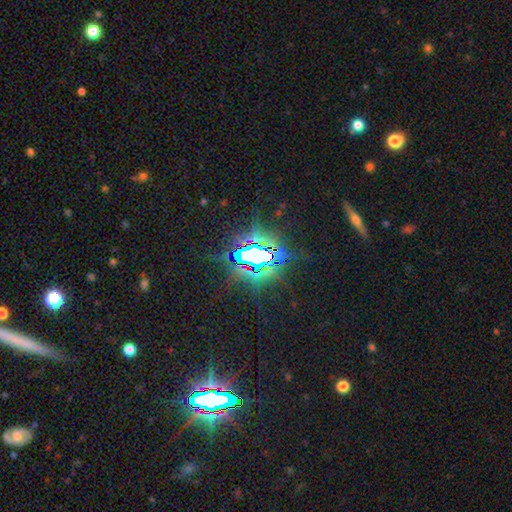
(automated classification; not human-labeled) smooth-or-featured: star or artifact: 81% | smooth: 9% | featured or disk: 9%